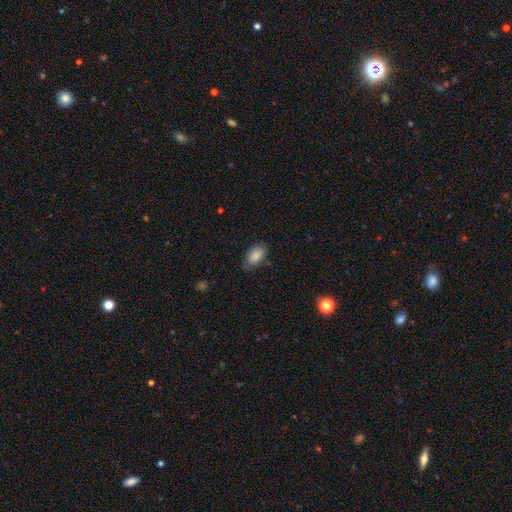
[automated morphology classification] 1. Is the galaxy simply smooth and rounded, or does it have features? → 87% smooth, 7% star or artifact, 6% featured or disk.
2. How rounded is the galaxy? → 93% in between, 5% round, 2% cigar-shaped.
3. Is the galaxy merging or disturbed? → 77% none, 18% minor disturbance, 4% major disturbance, 1% merger.